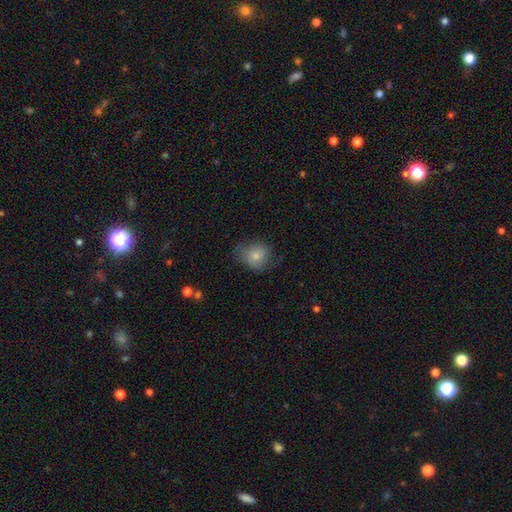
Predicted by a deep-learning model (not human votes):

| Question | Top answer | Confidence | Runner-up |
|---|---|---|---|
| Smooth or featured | smooth | 73% | featured or disk (19%) |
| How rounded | round | 67% | in between (32%) |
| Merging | none | 56% | minor disturbance (29%) |